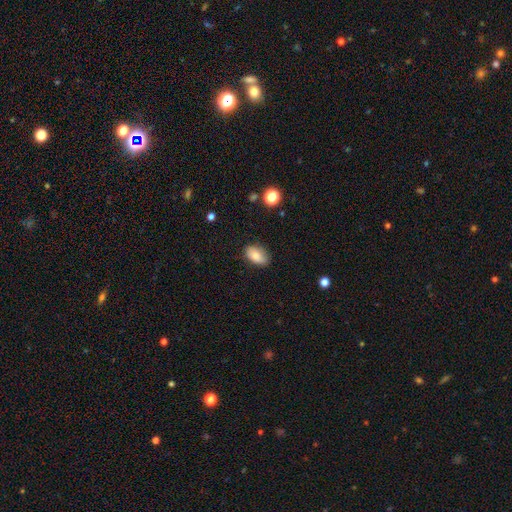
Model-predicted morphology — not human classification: smooth_or_featured: smooth (p=0.80) [alt: featured or disk p=0.12]
how_rounded: in between (p=0.91) [alt: round p=0.07]
merging: none (p=0.81) [alt: minor disturbance p=0.15]